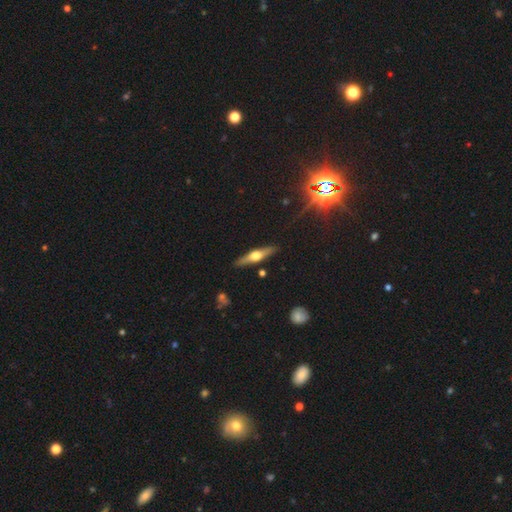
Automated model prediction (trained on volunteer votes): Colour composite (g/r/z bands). It shows a featured or disk galaxy (65%) viewed edge-on (95%) with a rounded central bulge (93%). Merging: none (89%).